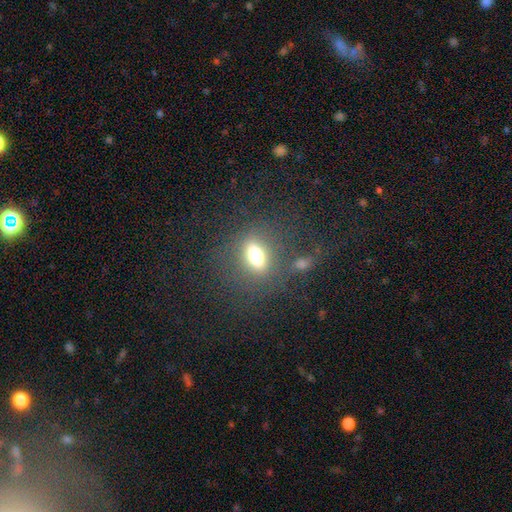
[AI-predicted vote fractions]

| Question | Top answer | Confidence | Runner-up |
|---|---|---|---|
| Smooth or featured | smooth | 64% | featured or disk (21%) |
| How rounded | in between | 67% | round (23%) |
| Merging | none | 71% | minor disturbance (12%) |